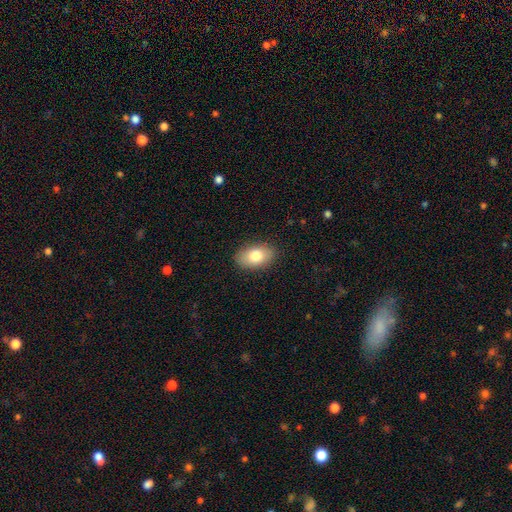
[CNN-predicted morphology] A smooth galaxy with no disk features (79%) that is in between round and cigar-shaped (89%).

Vote fractions:
- Smooth or featured? smooth: 79% / featured or disk: 13% / star or artifact: 7%
- How rounded? in between: 89% / round: 9% / cigar-shaped: 1%
- Merging? none: 88% / minor disturbance: 9% / major disturbance: 2% / merger: 1%